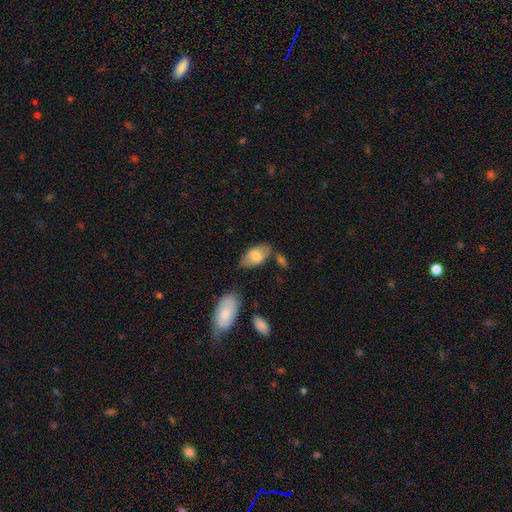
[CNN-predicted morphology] This is likely a smooth galaxy (73%). How rounded: clearly in between (94%). Merging: likely none (65%).